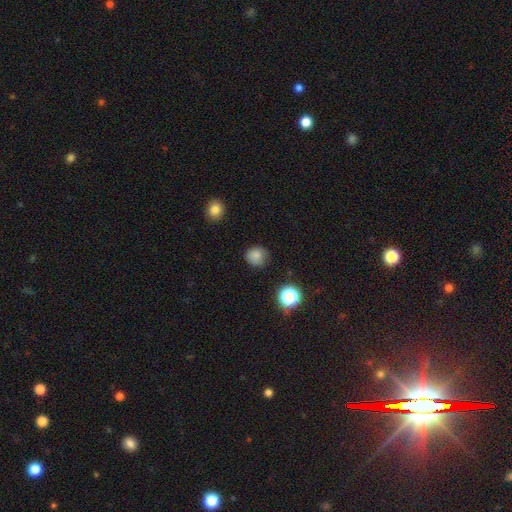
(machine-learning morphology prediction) Smooth or featured? smooth (81%)
How rounded? round (89%)
Merging? none (80%)